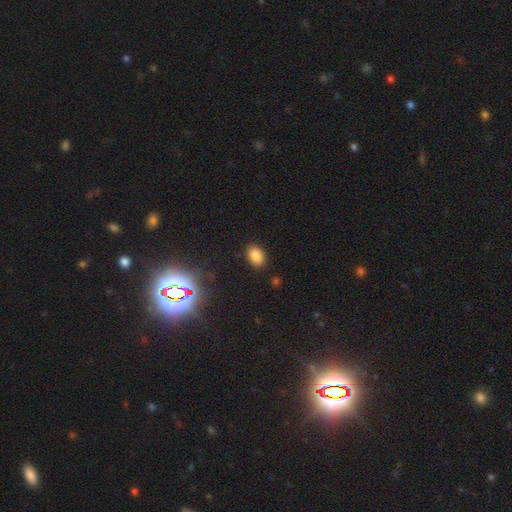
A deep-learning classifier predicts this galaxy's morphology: Q: Smooth or featured?
A: smooth (82%); runner-up: star or artifact (13%)
Q: How rounded?
A: in between (85%); runner-up: round (14%)
Q: Merging?
A: none (87%); runner-up: minor disturbance (9%)